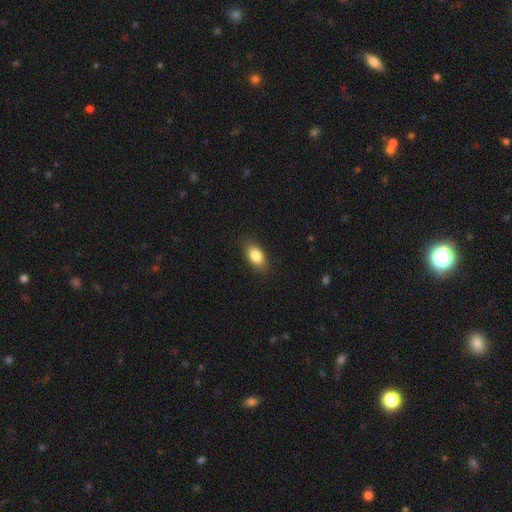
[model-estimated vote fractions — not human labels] This is clearly a smooth galaxy (84%). How rounded: clearly in between (89%). Merging: clearly none (85%).